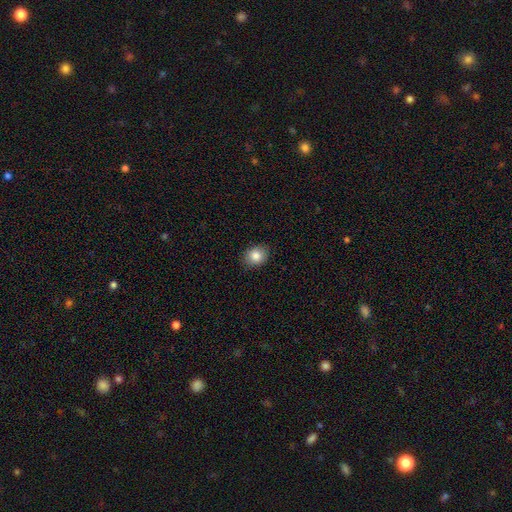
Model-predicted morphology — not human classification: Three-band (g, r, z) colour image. It shows a smooth galaxy with no disk features (85%) that is round (52%). Merging: none (88%).